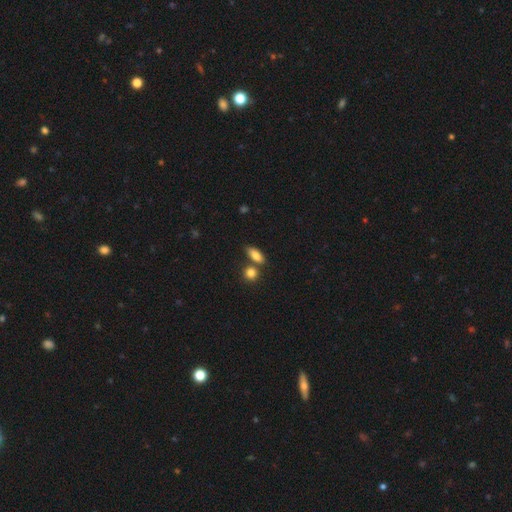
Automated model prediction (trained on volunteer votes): Overall: smooth (80%). How rounded: in between (77%). Merging: none (64%).